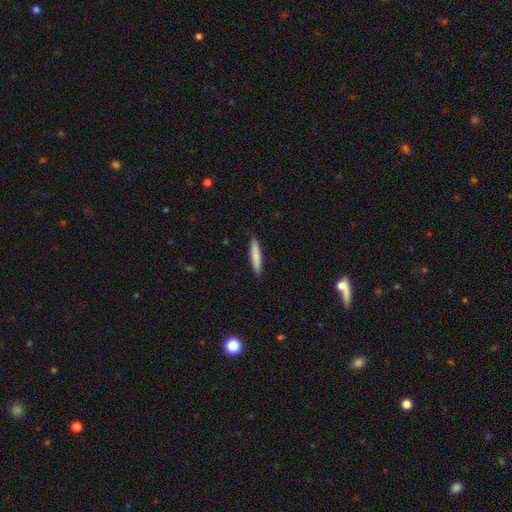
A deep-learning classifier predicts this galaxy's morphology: smooth-or-featured: smooth: 81% | featured or disk: 14% | star or artifact: 5%
  how-rounded: cigar-shaped: 88% | in between: 10% | round: 1%
  merging: none: 89% | minor disturbance: 8% | major disturbance: 2% | merger: 1%